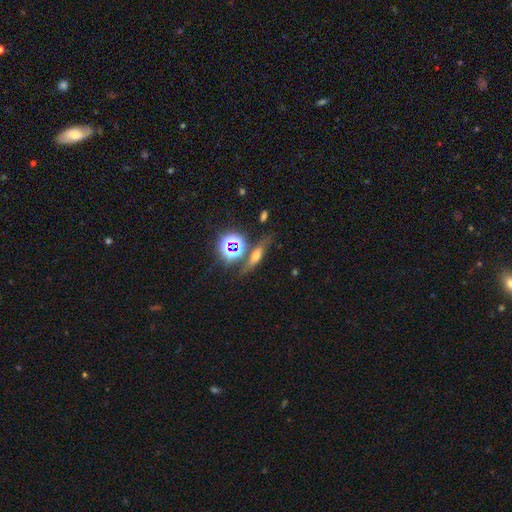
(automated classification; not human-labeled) Smooth or featured: smooth — 45% (star or artifact — 28%)
Merging: none — 70% (minor disturbance — 14%)